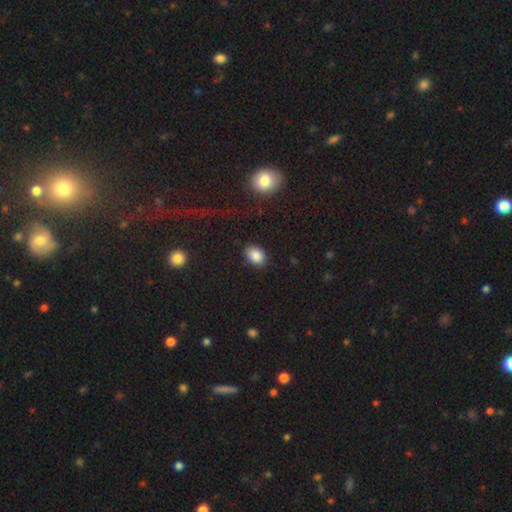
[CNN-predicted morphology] This appears to be a smooth galaxy with no disk features (86%) that is in between round and cigar-shaped (75%). Merging: none (83%).